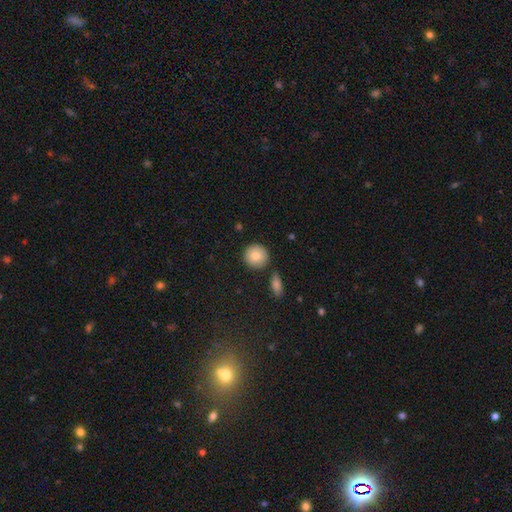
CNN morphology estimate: smooth-or-featured: smooth: 83% | featured or disk: 10% | star or artifact: 7%
  how-rounded: round: 92% | in between: 7% | cigar-shaped: 1%
  merging: none: 84% | minor disturbance: 9% | merger: 5% | major disturbance: 2%